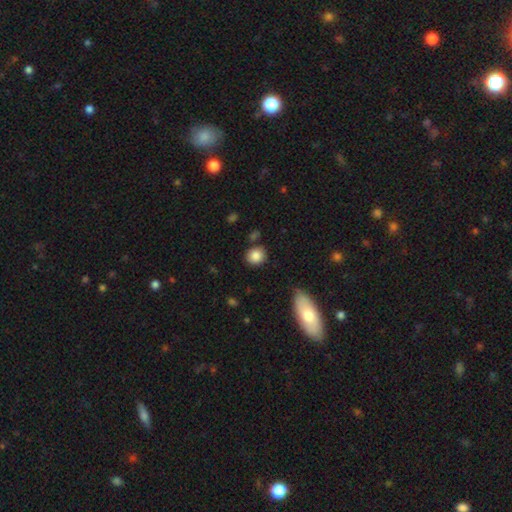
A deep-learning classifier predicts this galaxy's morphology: This appears to be a smooth galaxy with no disk features (86%) that is round (80%). Merging: none (80%).